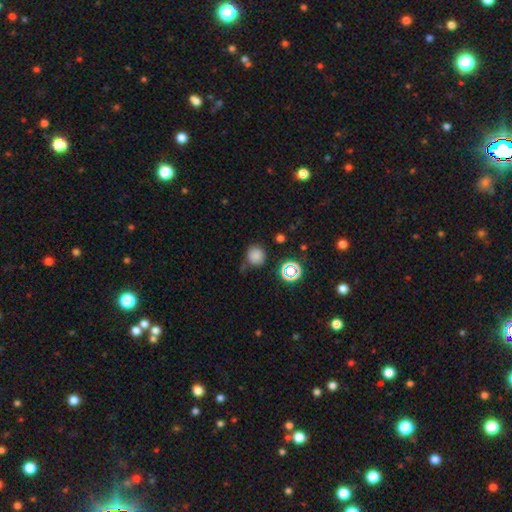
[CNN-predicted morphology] Smooth or featured: smooth — 77% (star or artifact — 17%)
How rounded: round — 89% (in between — 10%)
Merging: none — 73% (minor disturbance — 17%)